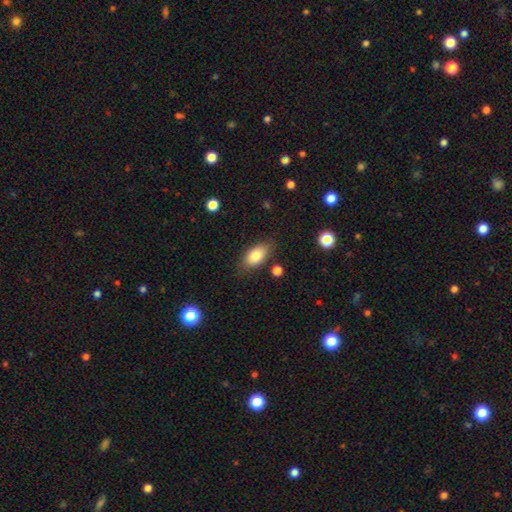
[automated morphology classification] Smooth or featured? Predicted: smooth (p=0.82). How rounded? Predicted: in between (p=0.90). Merging? Predicted: none (p=0.79).